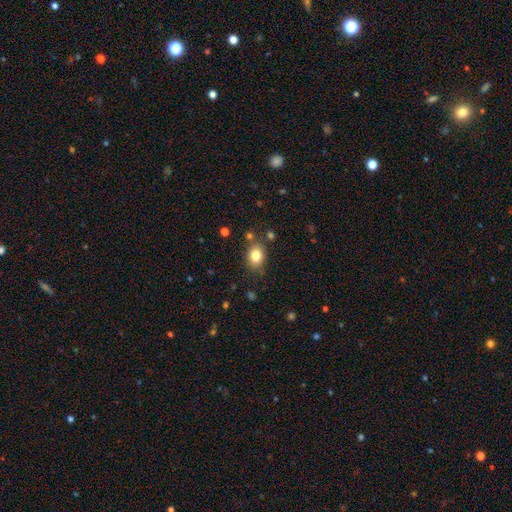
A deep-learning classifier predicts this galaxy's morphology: smooth-or-featured: smooth: 81% | star or artifact: 10% | featured or disk: 8%
  how-rounded: in between: 63% | round: 36% | cigar-shaped: 1%
  merging: none: 79% | minor disturbance: 13% | merger: 5% | major disturbance: 4%